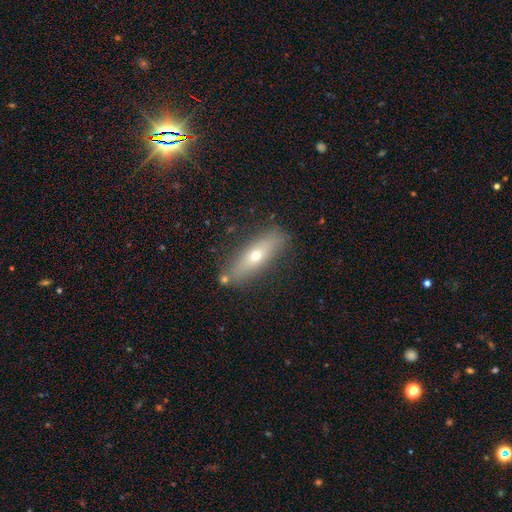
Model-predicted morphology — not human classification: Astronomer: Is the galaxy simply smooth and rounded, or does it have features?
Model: smooth — 52% (runner-up: featured or disk, 40%).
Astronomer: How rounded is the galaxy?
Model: cigar-shaped — 60% (runner-up: in between, 37%).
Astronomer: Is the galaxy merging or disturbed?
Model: none — 80%.